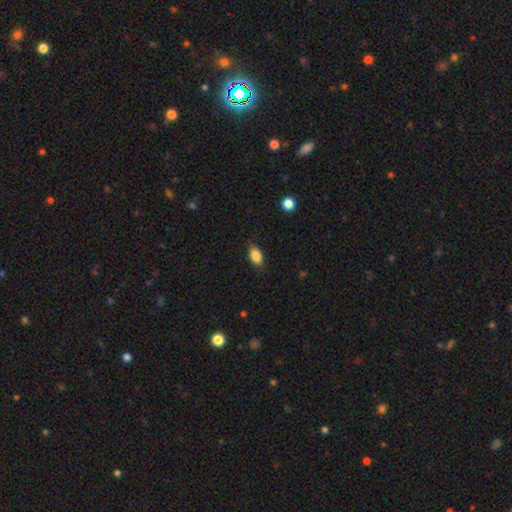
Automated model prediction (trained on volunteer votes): Q: Smooth or featured?
A: smooth (86%); runner-up: star or artifact (8%)
Q: How rounded?
A: in between (87%); runner-up: round (11%)
Q: Merging?
A: none (82%); runner-up: minor disturbance (14%)